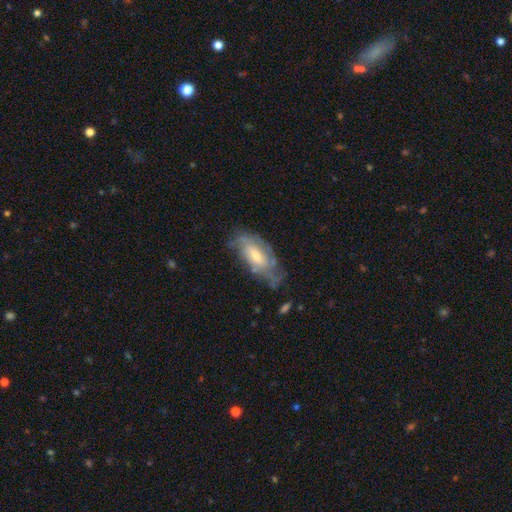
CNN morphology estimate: Smooth or featured? Predicted: featured or disk (p=0.66). Edge-on disk? Predicted: no (p=0.89). Bar? Predicted: no (p=0.56). Spiral arms? Predicted: yes (p=0.81). Bulge size? Predicted: moderate (p=0.48). Merging? Predicted: none (p=0.60).